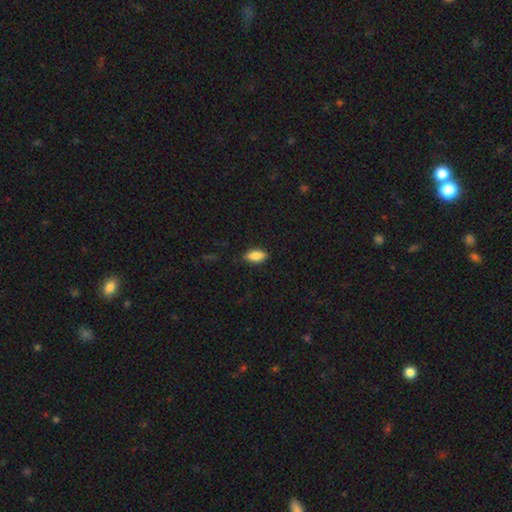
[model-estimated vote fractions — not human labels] smooth_or_featured: smooth (p=0.83) [alt: featured or disk p=0.09]
how_rounded: in between (p=0.87) [alt: cigar-shaped p=0.10]
merging: none (p=0.85) [alt: minor disturbance p=0.12]